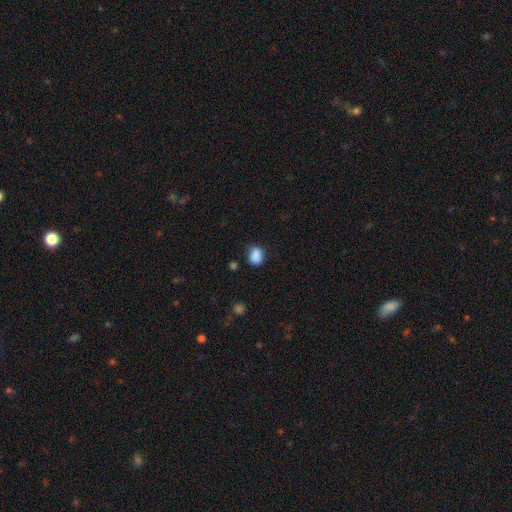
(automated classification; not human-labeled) Smooth or featured: smooth — 87% (star or artifact — 9%)
How rounded: in between — 65% (round — 34%)
Merging: none — 68% (minor disturbance — 23%)